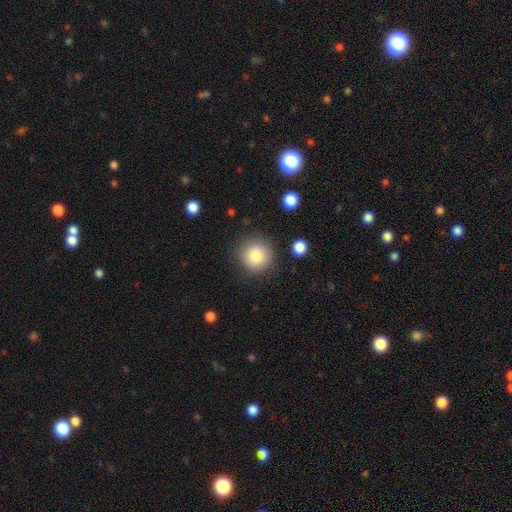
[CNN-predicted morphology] type=smooth (85%); roundness=round (94%); merging=none (85%).